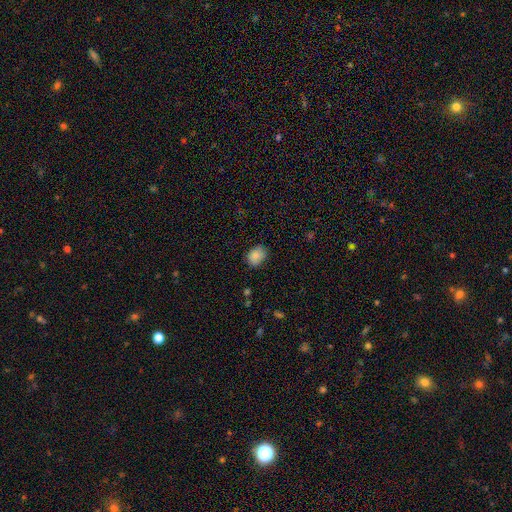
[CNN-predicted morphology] smooth-or-featured: smooth: 88% | star or artifact: 8% | featured or disk: 4%
  how-rounded: in between: 56% | round: 43% | cigar-shaped: 1%
  merging: none: 78% | minor disturbance: 17% | major disturbance: 3% | merger: 1%